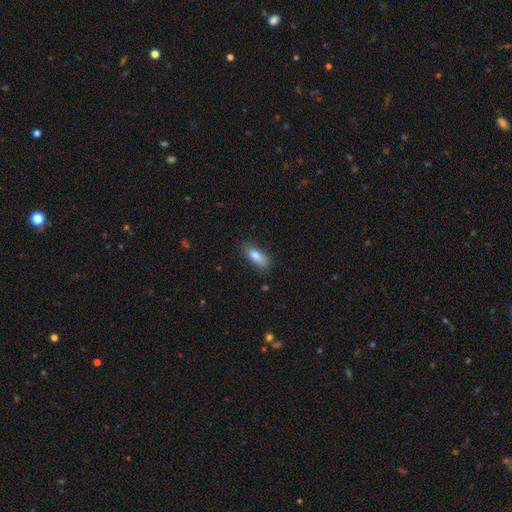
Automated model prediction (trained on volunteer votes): A smooth galaxy with no disk features (83%) that is in between round and cigar-shaped (72%).

Vote fractions:
- Smooth or featured? smooth: 83% / featured or disk: 10% / star or artifact: 7%
- How rounded? in between: 72% / cigar-shaped: 25% / round: 2%
- Merging? none: 79% / minor disturbance: 16% / major disturbance: 3% / merger: 2%